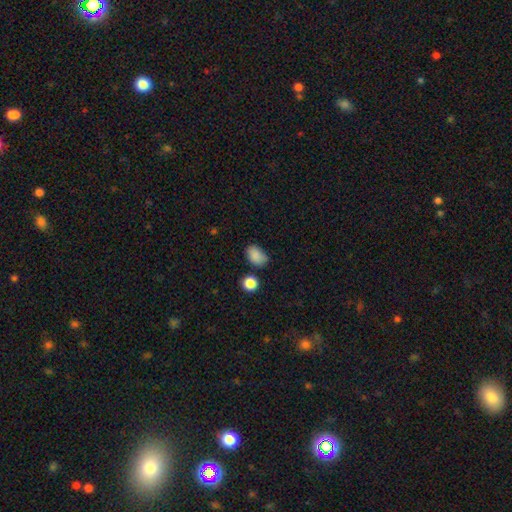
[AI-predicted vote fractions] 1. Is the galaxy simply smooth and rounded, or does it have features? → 86% smooth, 9% star or artifact, 5% featured or disk.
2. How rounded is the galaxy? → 82% in between, 17% round, 1% cigar-shaped.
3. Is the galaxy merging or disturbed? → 64% none, 25% minor disturbance, 5% merger, 5% major disturbance.